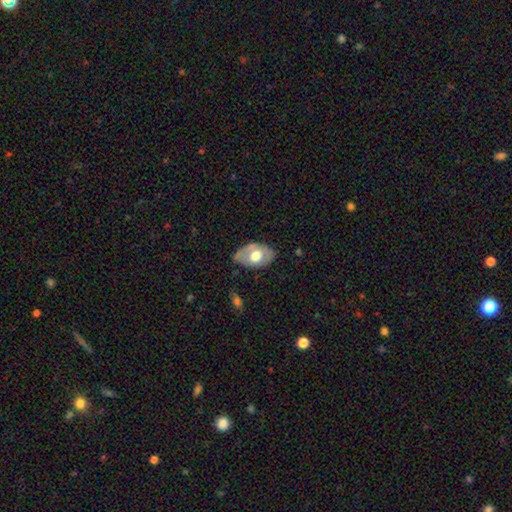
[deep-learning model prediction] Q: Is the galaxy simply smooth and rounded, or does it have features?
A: smooth — 52%.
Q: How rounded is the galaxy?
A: in between — 88%.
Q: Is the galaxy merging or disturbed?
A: none — 63%.